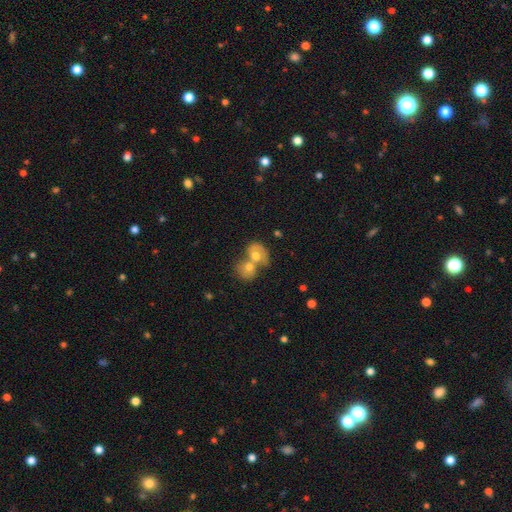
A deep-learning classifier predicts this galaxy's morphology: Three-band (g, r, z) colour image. It shows a smooth galaxy with no disk features (57%) that is in between round and cigar-shaped (54%). Merging: merger (77%).